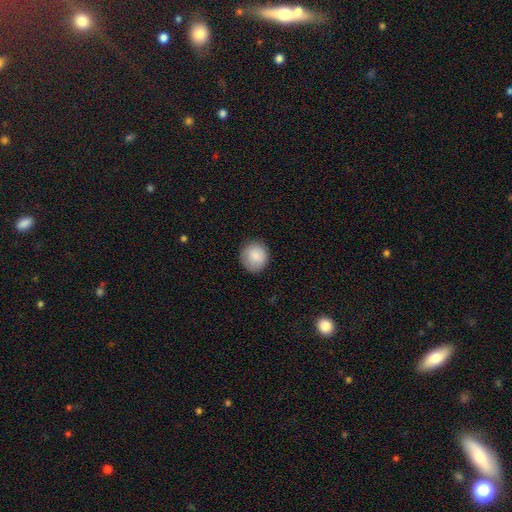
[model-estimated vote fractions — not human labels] Q: Smooth or featured?
A: smooth (86%); runner-up: featured or disk (7%)
Q: How rounded?
A: round (89%); runner-up: in between (10%)
Q: Merging?
A: none (85%); runner-up: minor disturbance (12%)